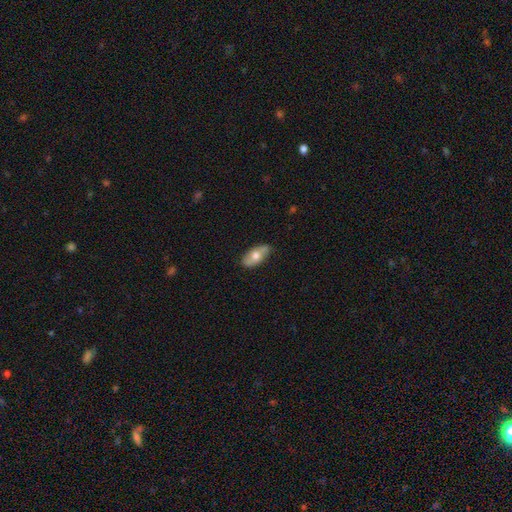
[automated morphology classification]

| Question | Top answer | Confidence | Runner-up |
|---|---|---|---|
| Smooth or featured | smooth | 60% | featured or disk (34%) |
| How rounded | in between | 90% | cigar-shaped (6%) |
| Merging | none | 79% | minor disturbance (17%) |